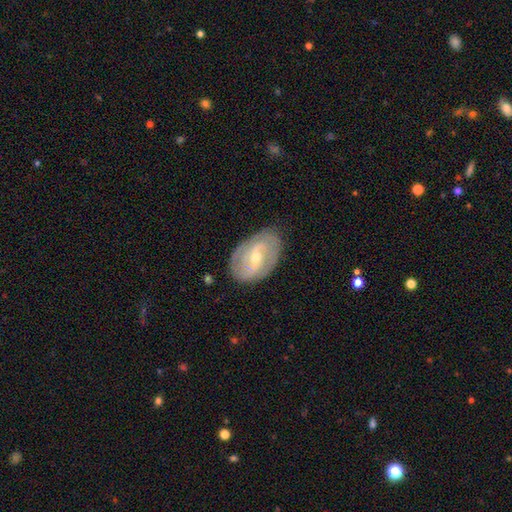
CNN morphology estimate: smooth_or_featured: featured or disk (p=0.78) [alt: smooth p=0.16]
disk_edge_on: no (p=0.95) [alt: yes p=0.05]
bar: weak (p=0.49) [alt: strong p=0.29]
has_spiral_arms: yes (p=0.85) [alt: no p=0.15]
spiral_winding: tight (p=0.45) [alt: medium p=0.38]
spiral_arm_count: 2 (p=0.60) [alt: can't tell p=0.22]
bulge_size: small (p=0.52) [alt: moderate p=0.45]
merging: none (p=0.79) [alt: minor disturbance p=0.15]